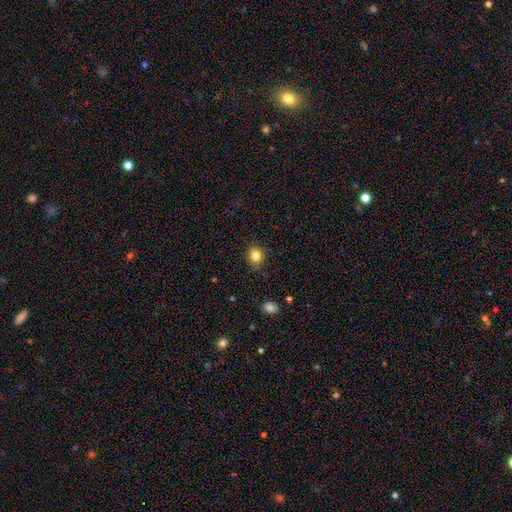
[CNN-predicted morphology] Overall: smooth (82%). How rounded: round (78%). Merging: none (85%).